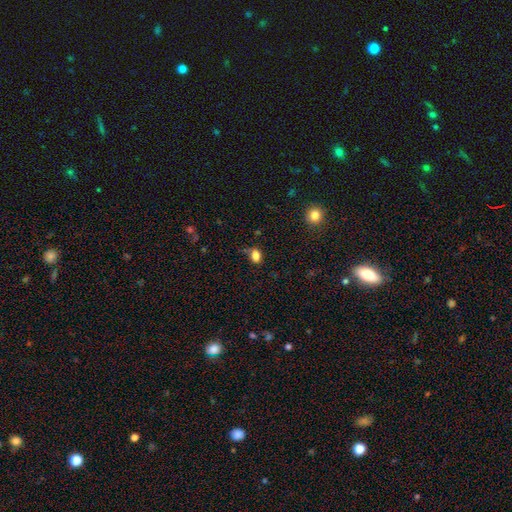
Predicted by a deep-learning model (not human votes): Morphology: type=smooth (82%); roundness=in between (70%); merging=none (60%).